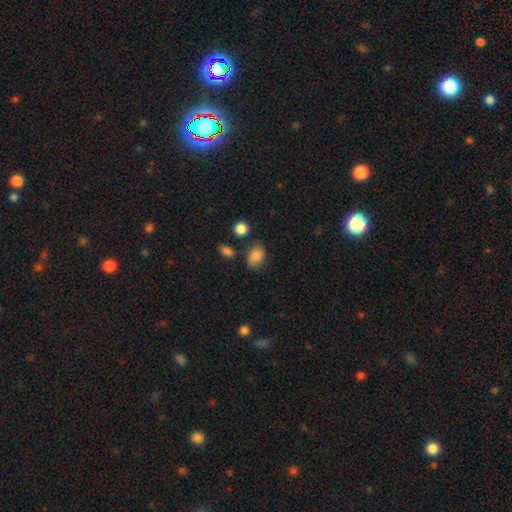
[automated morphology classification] Q: Smooth or featured?
A: smooth (83%); runner-up: star or artifact (9%)
Q: How rounded?
A: in between (75%); runner-up: round (24%)
Q: Merging?
A: none (73%); runner-up: minor disturbance (17%)